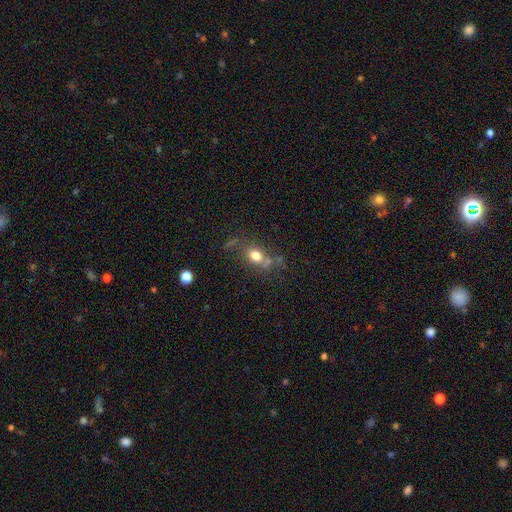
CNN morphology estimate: smooth_or_featured: smooth (p=0.73) [alt: star or artifact p=0.14]
how_rounded: in between (p=0.53) [alt: round p=0.44]
merging: none (p=0.59) [alt: minor disturbance p=0.18]